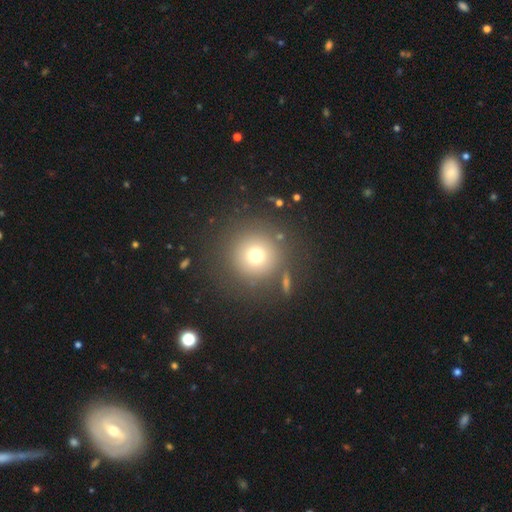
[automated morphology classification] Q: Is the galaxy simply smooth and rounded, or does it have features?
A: smooth — 72%.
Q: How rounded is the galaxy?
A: round — 95%.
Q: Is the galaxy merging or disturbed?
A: none — 83%.